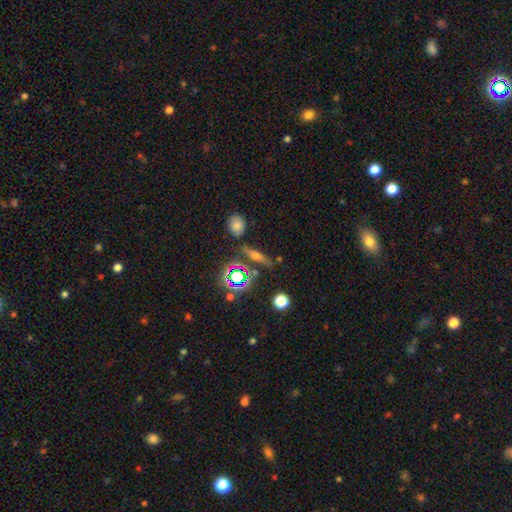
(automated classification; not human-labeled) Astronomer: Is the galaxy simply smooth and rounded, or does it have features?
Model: smooth — 38% (runner-up: featured or disk, 37%).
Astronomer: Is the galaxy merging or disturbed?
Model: none — 81%.